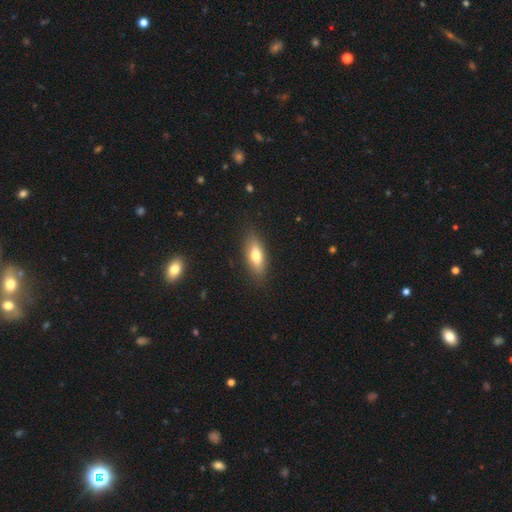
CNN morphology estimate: smooth_or_featured: smooth (p=0.66) [alt: featured or disk p=0.27]
how_rounded: in between (p=0.64) [alt: cigar-shaped p=0.33]
merging: none (p=0.85) [alt: minor disturbance p=0.11]